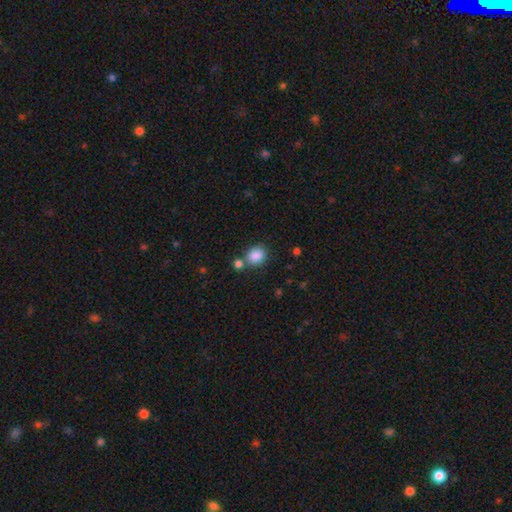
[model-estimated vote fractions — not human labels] smooth 87%, star or artifact 9%, featured or disk 4%. Down the decision tree: how rounded — round (60%); merging — none (65%).